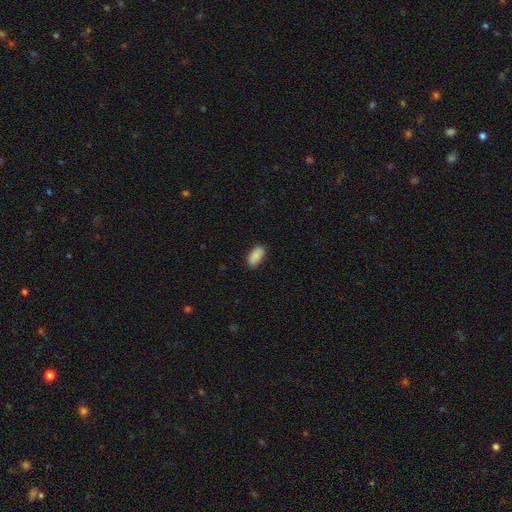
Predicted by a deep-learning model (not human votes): This appears to be a smooth galaxy with no disk features (86%) that is in between round and cigar-shaped (92%). Merging: none (86%).